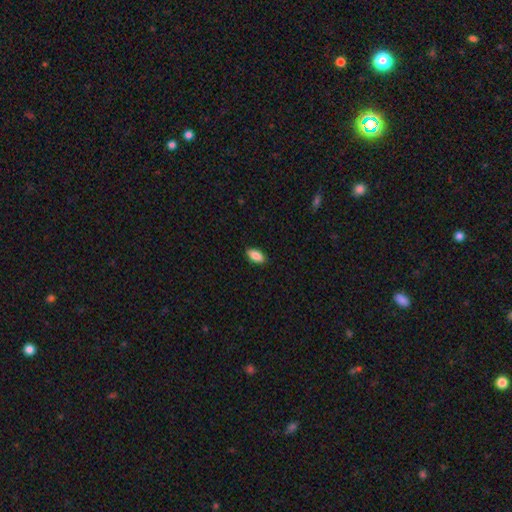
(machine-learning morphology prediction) Smooth or featured? Predicted: smooth (p=0.85). How rounded? Predicted: in between (p=0.89). Merging? Predicted: none (p=0.89).